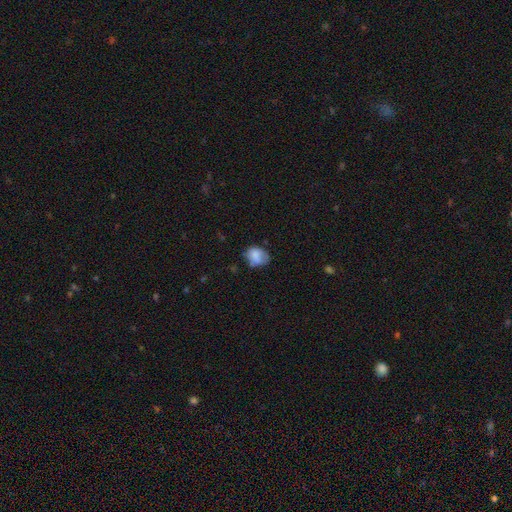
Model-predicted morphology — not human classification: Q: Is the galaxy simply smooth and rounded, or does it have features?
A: smooth — 76%.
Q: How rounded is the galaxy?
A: in between — 56%.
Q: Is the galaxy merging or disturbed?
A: none — 53%.